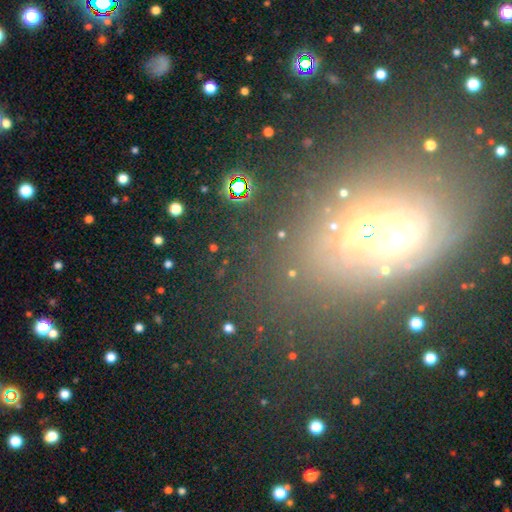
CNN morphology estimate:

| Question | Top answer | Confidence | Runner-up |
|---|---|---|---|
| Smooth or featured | star or artifact | 39% | featured or disk (36%) |